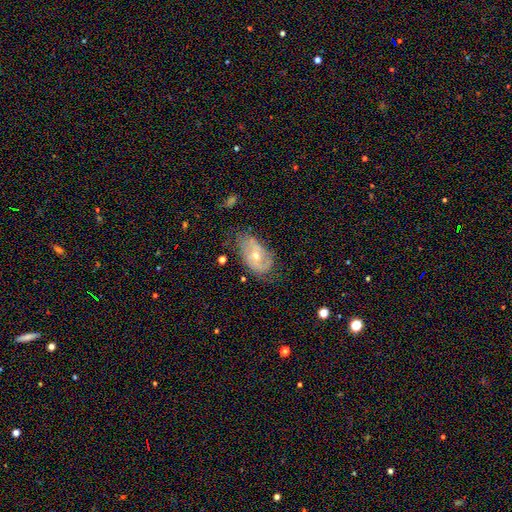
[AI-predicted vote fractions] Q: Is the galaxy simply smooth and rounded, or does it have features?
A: featured or disk — 68%.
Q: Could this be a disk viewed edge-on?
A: no — 93%.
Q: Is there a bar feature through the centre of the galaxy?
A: no — 69%.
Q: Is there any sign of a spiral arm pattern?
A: yes — 75%.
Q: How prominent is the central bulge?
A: moderate — 54%.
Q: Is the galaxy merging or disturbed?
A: none — 55%.